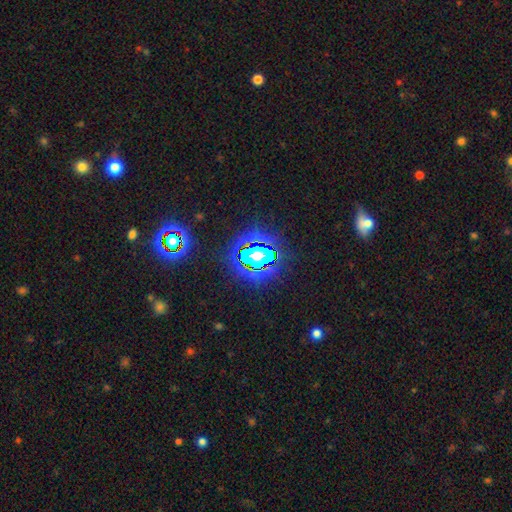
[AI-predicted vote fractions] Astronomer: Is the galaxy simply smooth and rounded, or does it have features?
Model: star or artifact — 63%.